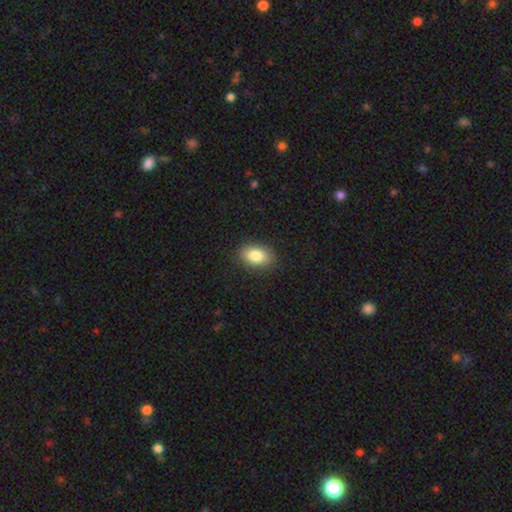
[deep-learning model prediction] smooth 83%, featured or disk 8%, star or artifact 8%. Down the decision tree: how rounded — in between (85%); merging — none (87%).